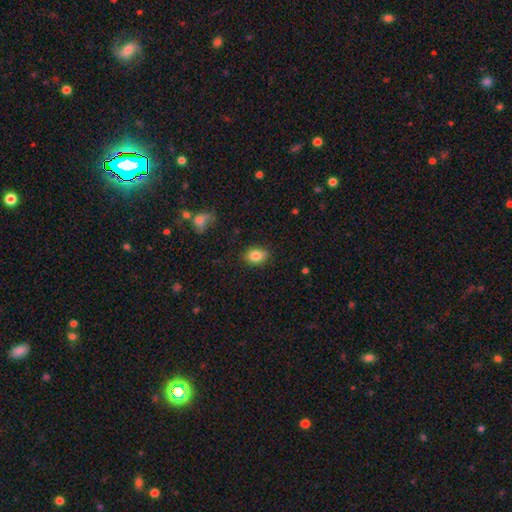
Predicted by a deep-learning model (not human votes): smooth_or_featured: smooth (p=0.84) [alt: star or artifact p=0.09]
how_rounded: in between (p=0.77) [alt: round p=0.22]
merging: none (p=0.85) [alt: minor disturbance p=0.11]